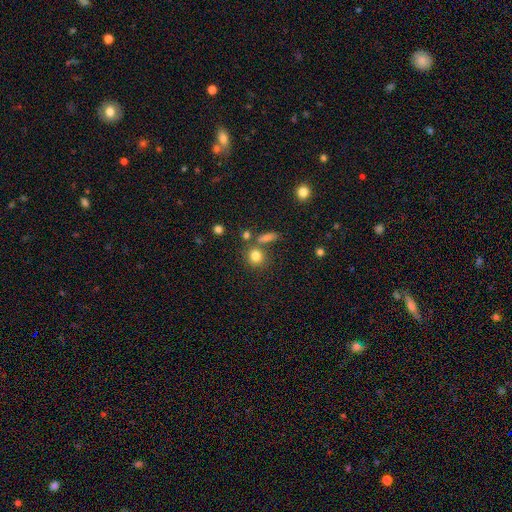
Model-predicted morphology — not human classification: smooth_or_featured: smooth (p=0.80) [alt: star or artifact p=0.12]
how_rounded: round (p=0.81) [alt: in between p=0.17]
merging: none (p=0.68) [alt: merger p=0.17]